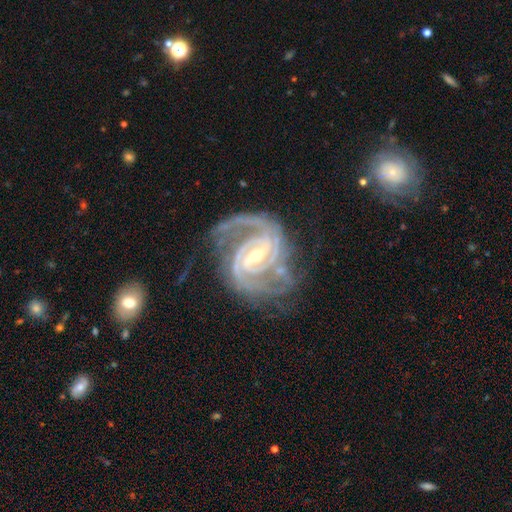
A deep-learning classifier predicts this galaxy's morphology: Smooth or featured?
  - featured or disk: 93% *
  - star or artifact: 4%
  - smooth: 2%
Edge-on disk?
  - no: 98% *
  - yes: 2%
Bar?
  - strong: 47% *
  - weak: 42%
  - no: 11%
Spiral arms?
  - yes: 99% *
  - no: 1%
Spiral winding?
  - tight: 60% *
  - medium: 35%
  - loose: 5%
Spiral arm count?
  - 2: 53% *
  - 3: 22%
  - can't tell: 9%
  - 4: 8%
  - more than 4: 5%
  - 1: 5%
Bulge size?
  - small: 53% *
  - moderate: 43%
  - large: 2%
  - none: 1%
  - dominant: 1%
Merging?
  - none: 63% *
  - minor disturbance: 21%
  - major disturbance: 14%
  - merger: 3%